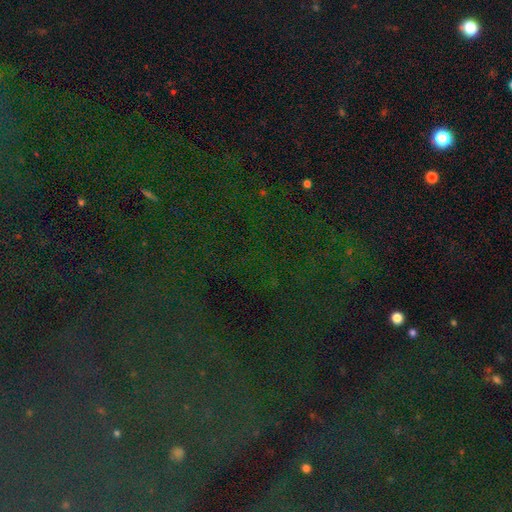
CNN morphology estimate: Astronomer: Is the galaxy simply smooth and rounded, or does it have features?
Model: star or artifact — 83%.